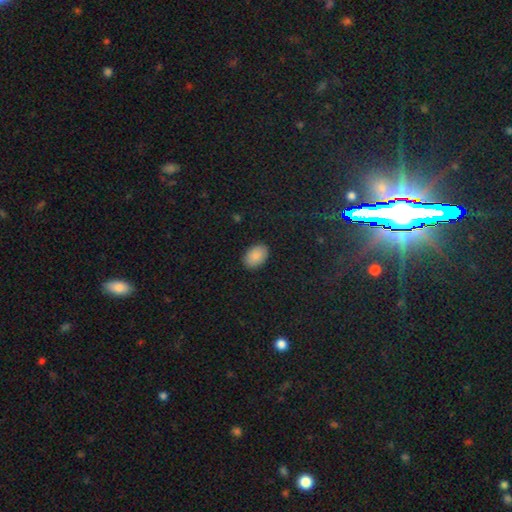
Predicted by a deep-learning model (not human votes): Smooth or featured? smooth (88%)
How rounded? in between (87%)
Merging? none (89%)